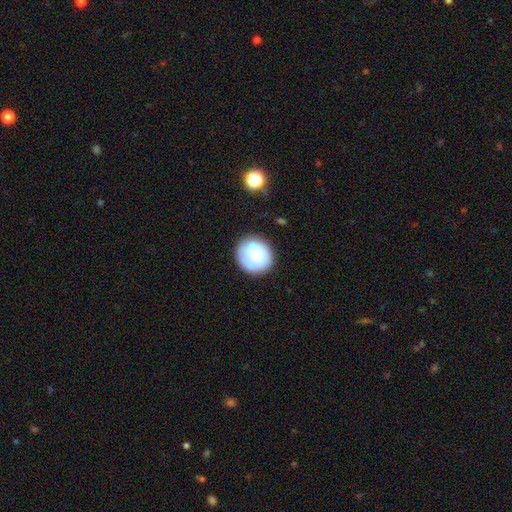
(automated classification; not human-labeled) The model was most divided on "smooth or featured": smooth: 63%, featured or disk: 30%, star or artifact: 8%. More confident: how rounded — round (87%); merging — none (69%).